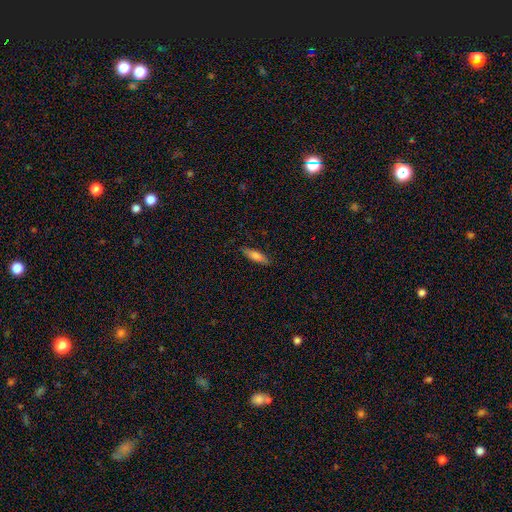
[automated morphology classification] smooth 75%, featured or disk 19%, star or artifact 6%. Down the decision tree: how rounded — cigar-shaped (61%); merging — none (86%).